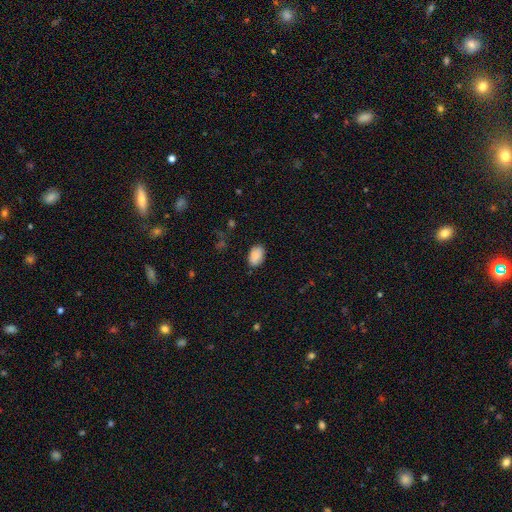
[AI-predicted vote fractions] Morphology: type=smooth (87%); roundness=in between (87%); merging=none (82%).